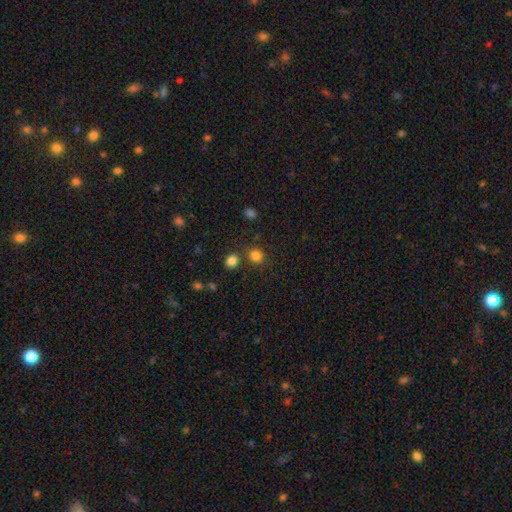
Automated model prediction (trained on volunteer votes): Smooth or featured: smooth — 82% (star or artifact — 14%)
How rounded: round — 81% (in between — 18%)
Merging: none — 76% (merger — 12%)